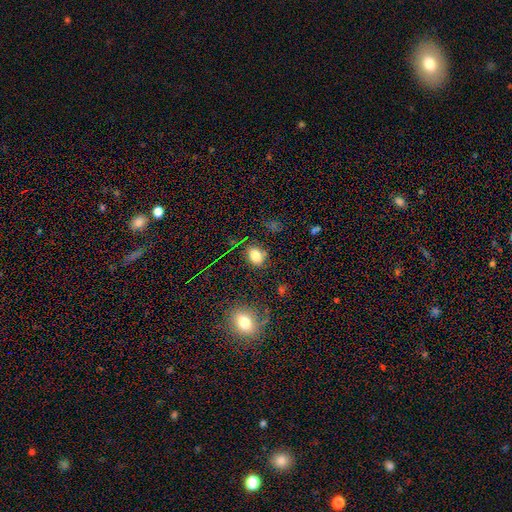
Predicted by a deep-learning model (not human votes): Morphology: type=smooth (80%); roundness=in between (72%); merging=none (79%).